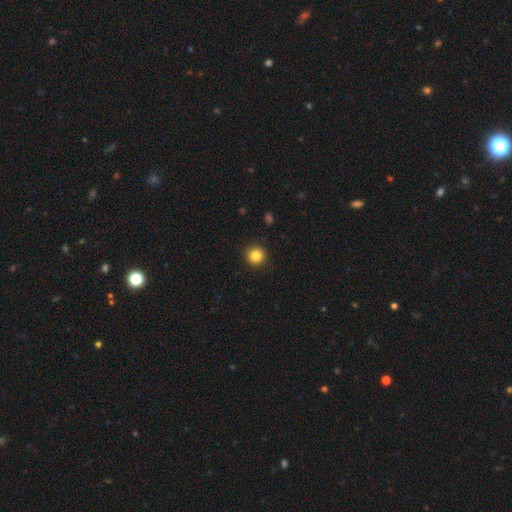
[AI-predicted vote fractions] This is clearly a smooth galaxy (84%). How rounded: clearly round (95%). Merging: clearly none (92%).